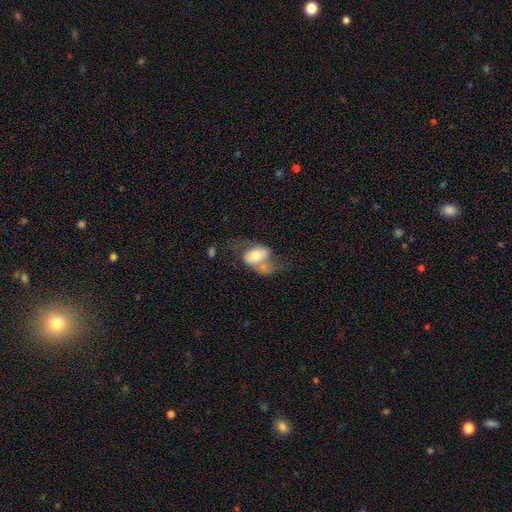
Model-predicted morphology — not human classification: featured or disk 52%, smooth 41%, star or artifact 7%. Down the decision tree: edge-on disk — no (94%); merging — merger (28%, tied with none).